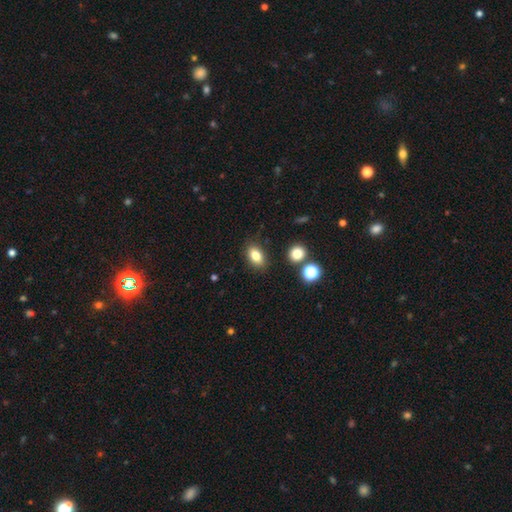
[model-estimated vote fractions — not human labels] Morphology: type=smooth (82%); roundness=in between (84%); merging=none (85%).